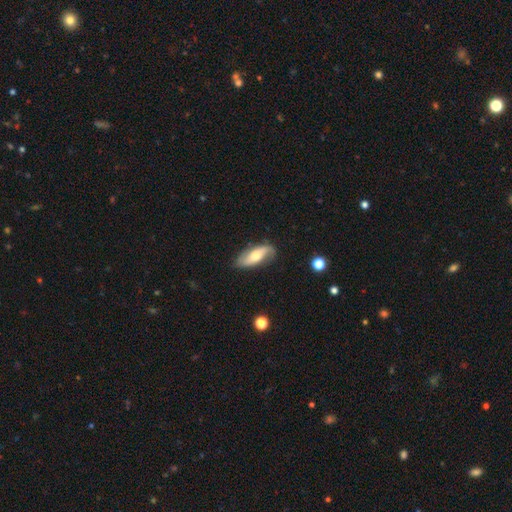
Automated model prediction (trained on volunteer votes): Morphology: type=featured or disk (52%); edge-on=no (80%); merging=none (75%).